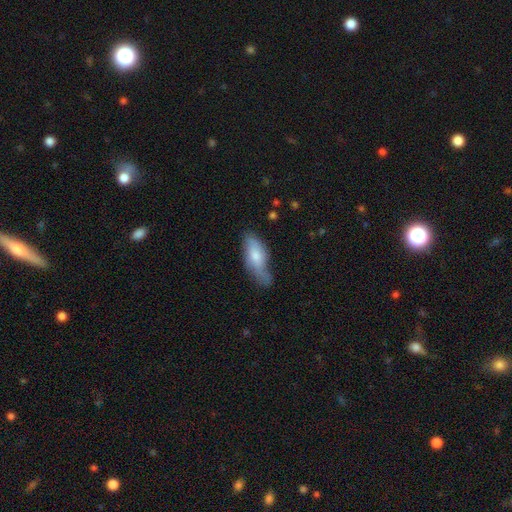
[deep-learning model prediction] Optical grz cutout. It shows a smooth galaxy with no disk features (61%) that is in between round and cigar-shaped (75%). Merging: none (42%).